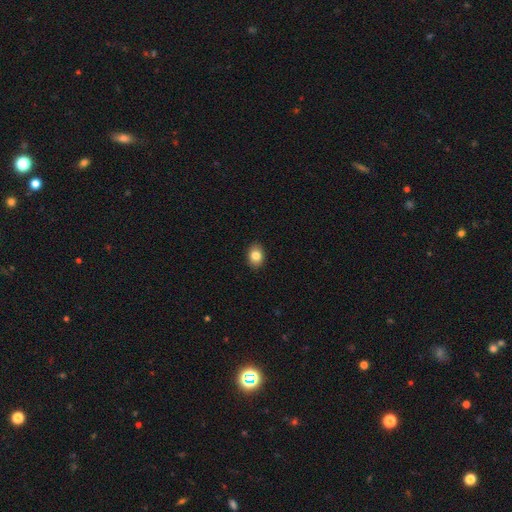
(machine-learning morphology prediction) The model was most divided on "how rounded": in between: 68%, round: 31%, cigar-shaped: 1%. More confident: merging — none (90%); smooth or featured — smooth (83%).